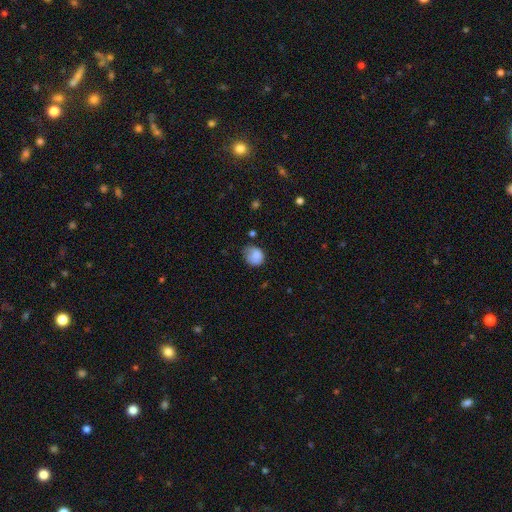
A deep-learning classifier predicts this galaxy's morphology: type=smooth (82%); roundness=round (65%); merging=none (47%).